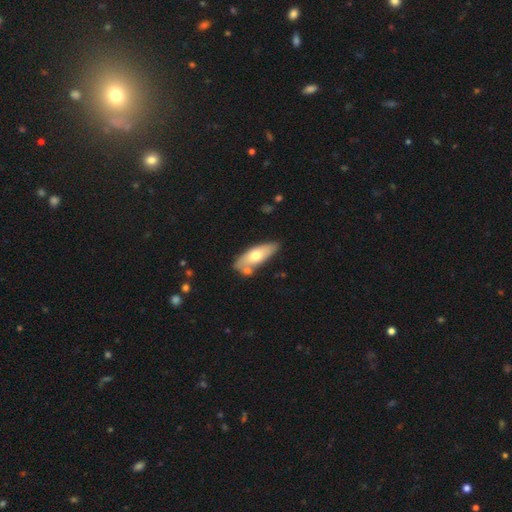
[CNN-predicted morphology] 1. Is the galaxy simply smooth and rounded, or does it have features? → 62% smooth, 32% featured or disk, 6% star or artifact.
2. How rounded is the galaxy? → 71% in between, 27% cigar-shaped, 2% round.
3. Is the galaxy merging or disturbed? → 69% none, 15% minor disturbance, 12% merger, 3% major disturbance.